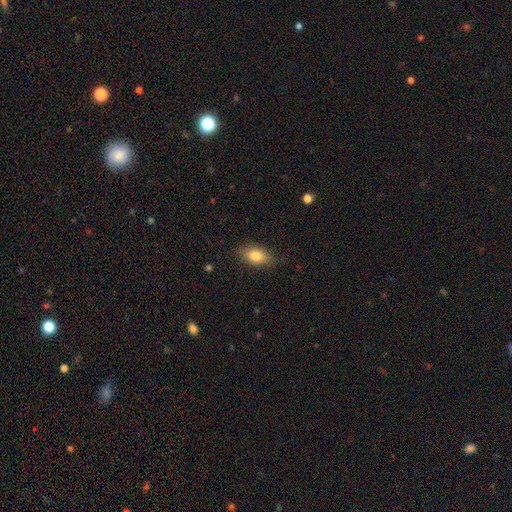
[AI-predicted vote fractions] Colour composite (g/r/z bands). It shows a smooth galaxy with no disk features (81%) that is in between round and cigar-shaped (87%). Merging: none (82%).